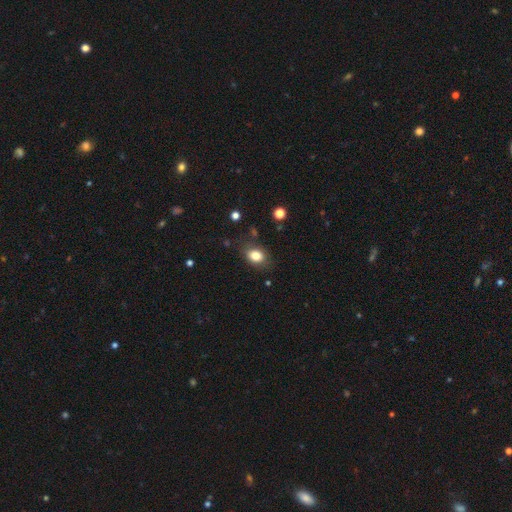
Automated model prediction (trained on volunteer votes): A smooth galaxy with no disk features (82%) that is in between round and cigar-shaped (68%). Merging: none (78%).